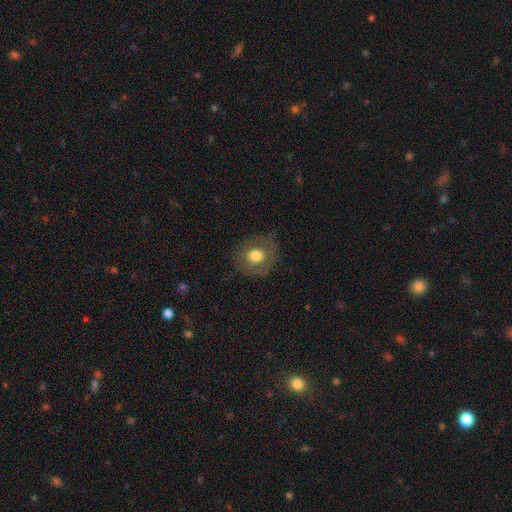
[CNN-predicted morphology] The model was most divided on "smooth or featured": smooth: 67%, featured or disk: 24%, star or artifact: 9%. More confident: how rounded — round (80%); merging — none (75%).